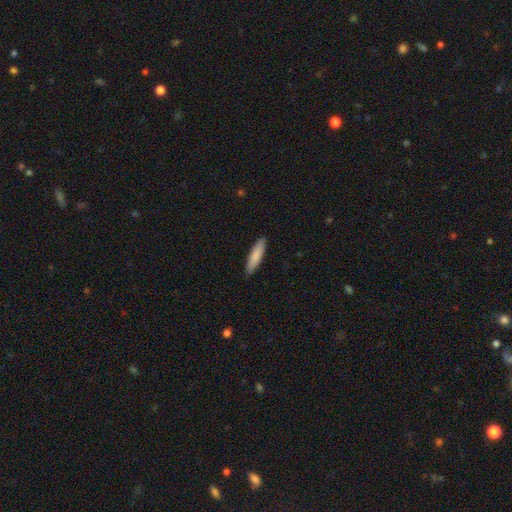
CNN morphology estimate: smooth 83%, featured or disk 11%, star or artifact 5%. Down the decision tree: how rounded — cigar-shaped (78%); merging — none (90%).